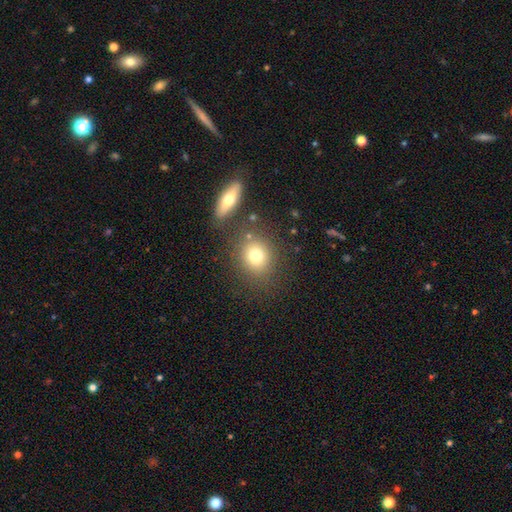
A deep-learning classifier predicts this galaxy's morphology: smooth-or-featured: smooth: 75% | featured or disk: 13% | star or artifact: 12%
  how-rounded: round: 72% | in between: 26% | cigar-shaped: 1%
  merging: none: 74% | merger: 11% | minor disturbance: 10% | major disturbance: 4%